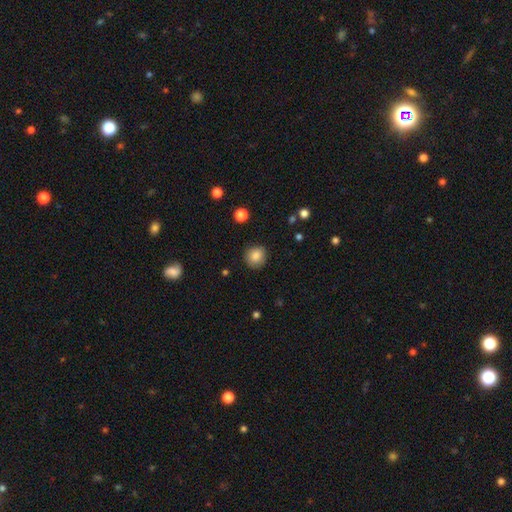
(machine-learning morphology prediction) Smooth or featured? smooth (86%)
How rounded? round (88%)
Merging? none (87%)